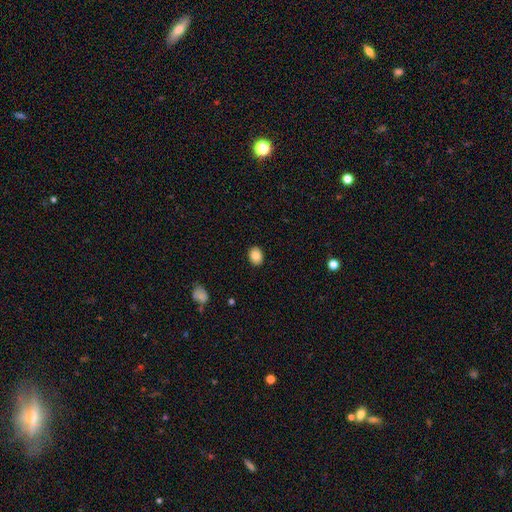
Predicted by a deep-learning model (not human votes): This is clearly a smooth galaxy (87%). How rounded: likely in between (60%). Merging: clearly none (89%).